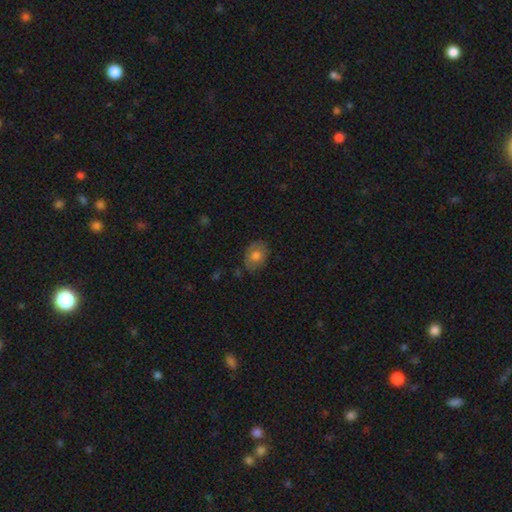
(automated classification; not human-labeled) Smooth or featured? smooth (74%)
How rounded? in between (68%)
Merging? none (74%)